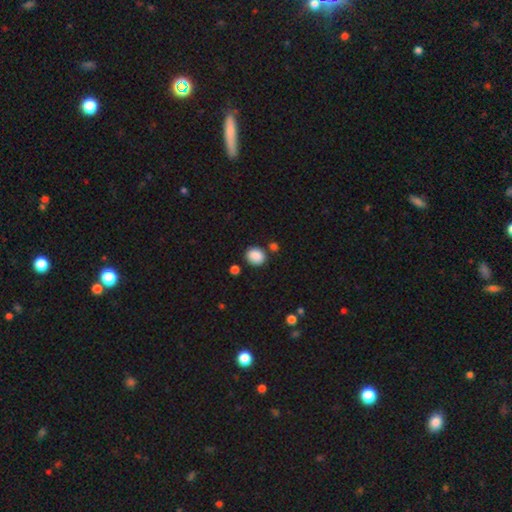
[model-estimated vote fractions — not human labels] smooth 88%, star or artifact 9%, featured or disk 4%. Down the decision tree: how rounded — round (70%); merging — none (79%).